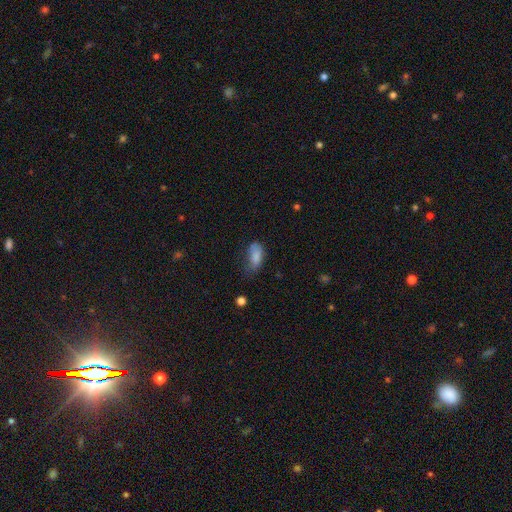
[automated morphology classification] Smooth or featured? smooth (81%)
How rounded? in between (90%)
Merging? none (40%)